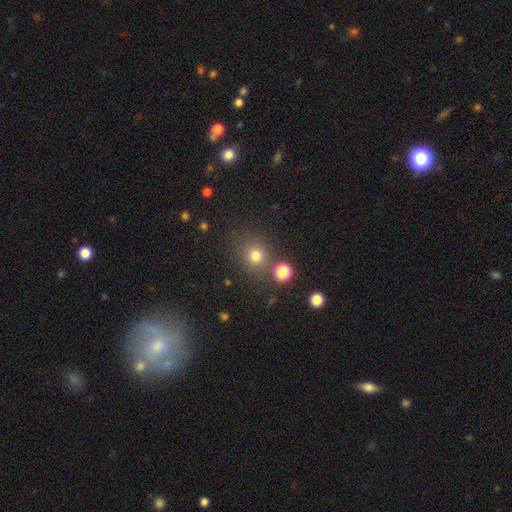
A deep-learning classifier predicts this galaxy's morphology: smooth_or_featured: smooth (p=0.76) [alt: star or artifact p=0.17]
how_rounded: round (p=0.87) [alt: in between p=0.12]
merging: none (p=0.78) [alt: minor disturbance p=0.09]